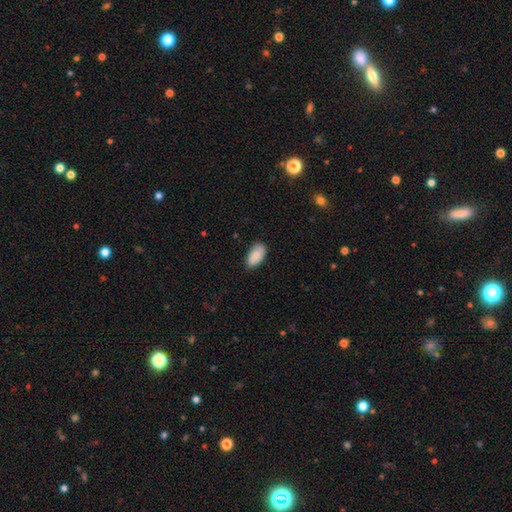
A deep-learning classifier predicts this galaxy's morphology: smooth-or-featured: smooth: 88% | star or artifact: 6% | featured or disk: 5%
  how-rounded: in between: 95% | cigar-shaped: 3% | round: 2%
  merging: none: 81% | minor disturbance: 16% | major disturbance: 2% | merger: 1%